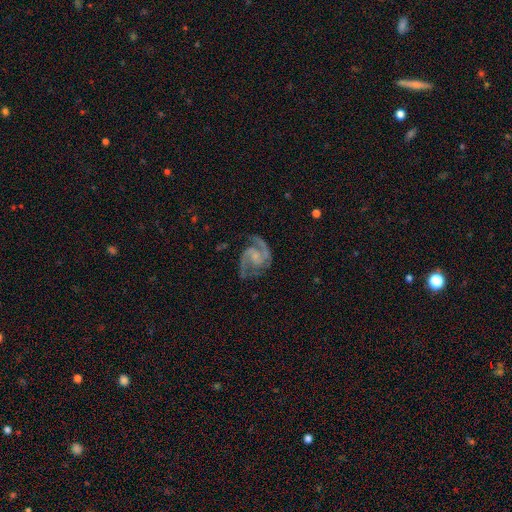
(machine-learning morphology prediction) featured or disk 91%, star or artifact 5%, smooth 4%. Down the decision tree: edge-on disk — no (98%); bar — no (52%); spiral arms — yes (98%); spiral arm count — 2 (89%); spiral winding — medium (61%); bulge size — small (57%); merging — none (73%).